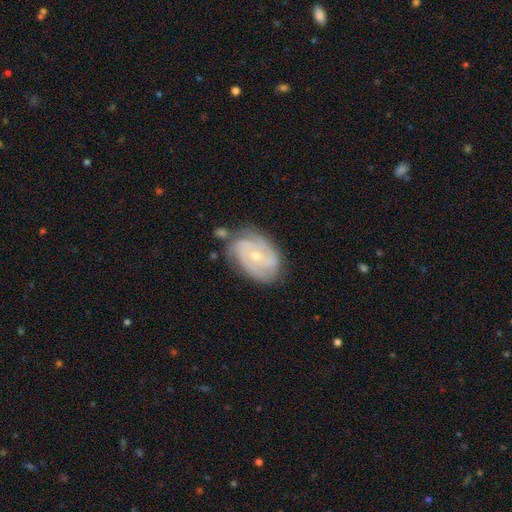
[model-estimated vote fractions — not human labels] Smooth or featured? Predicted: featured or disk (p=0.83). Edge-on disk? Predicted: no (p=0.97). Bar? Predicted: no (p=0.60). Spiral arms? Predicted: yes (p=0.95). Spiral winding? Predicted: tight (p=0.62). Spiral arm count? Predicted: 2 (p=0.37). Bulge size? Predicted: small (p=0.65). Merging? Predicted: none (p=0.66).